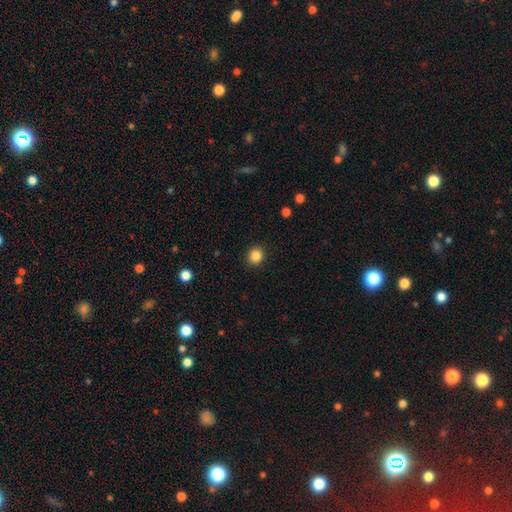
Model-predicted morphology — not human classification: smooth 86%, star or artifact 10%, featured or disk 3%. Down the decision tree: how rounded — round (84%); merging — none (91%).